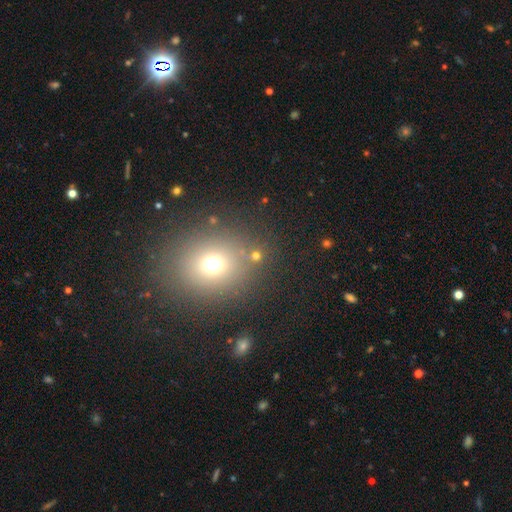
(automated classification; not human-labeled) A smooth galaxy with no disk features (62%) that is round (86%).

Vote fractions:
- Smooth or featured? smooth: 62% / star or artifact: 29% / featured or disk: 8%
- How rounded? round: 86% / in between: 12% / cigar-shaped: 1%
- Merging? none: 78% / merger: 9% / minor disturbance: 8% / major disturbance: 5%